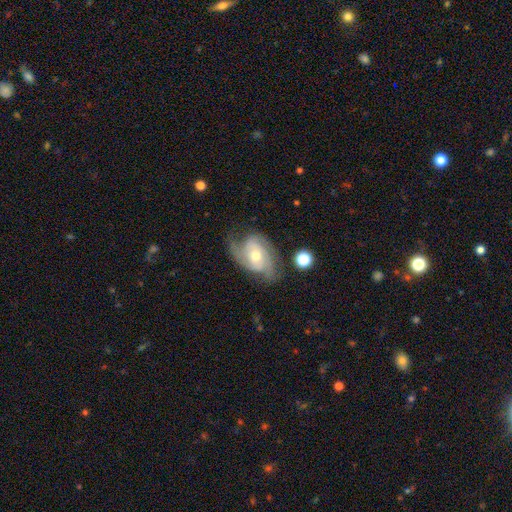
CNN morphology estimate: This is clearly a featured or disk galaxy (80%). It is clearly not viewed edge-on (96%). Bar: likely no (66%). Spiral arm pattern: clearly yes (93%). Spiral arm count: possibly 2 (46%). Spiral winding: marginally medium (44%). Central bulge: possibly moderate (60%). Merging: possibly none (56%).